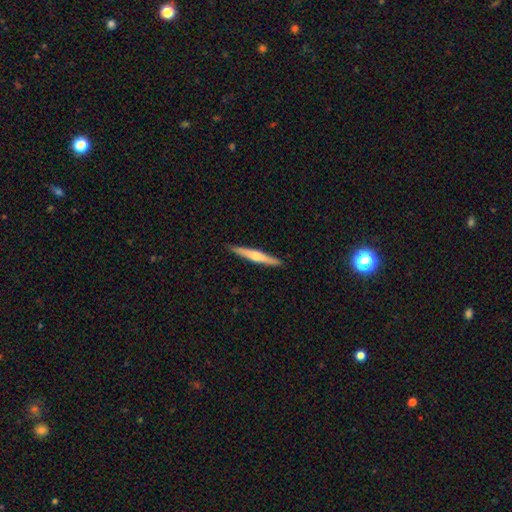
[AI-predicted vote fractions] Smooth or featured? Predicted: featured or disk (p=0.52). Edge-on disk? Predicted: yes (p=0.97). Edge-on bulge? Predicted: rounded (p=0.70). Merging? Predicted: none (p=0.90).